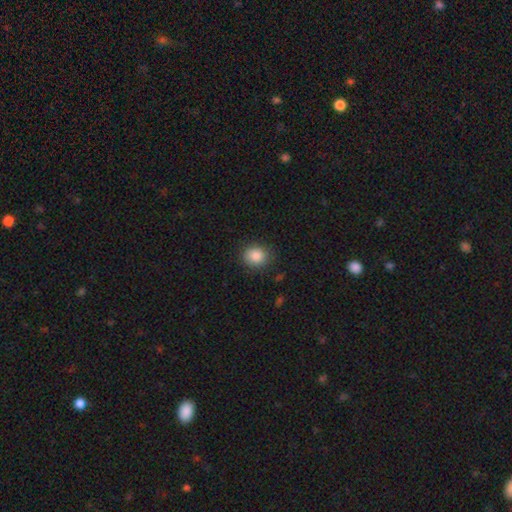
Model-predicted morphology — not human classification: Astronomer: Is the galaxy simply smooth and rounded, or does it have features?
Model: smooth — 87%.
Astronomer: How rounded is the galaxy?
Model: round — 72%.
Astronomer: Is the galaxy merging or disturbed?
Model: none — 86%.